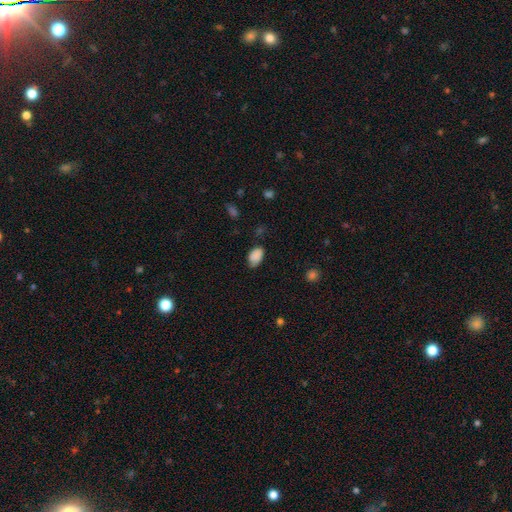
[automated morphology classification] This appears to be a smooth galaxy with no disk features (86%) that is in between round and cigar-shaped (91%). Merging: none (66%).